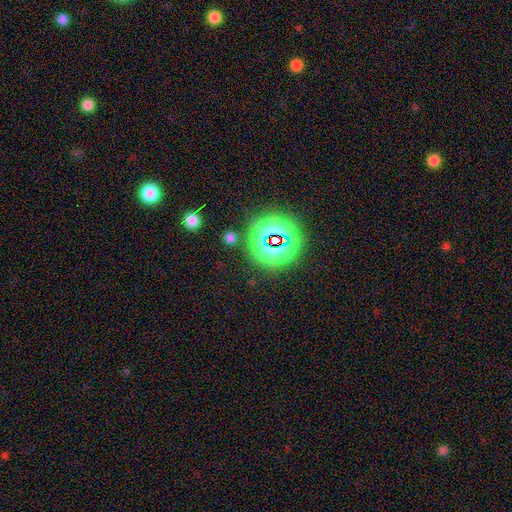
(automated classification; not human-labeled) Smooth or featured: star or artifact — 77% (smooth — 15%)